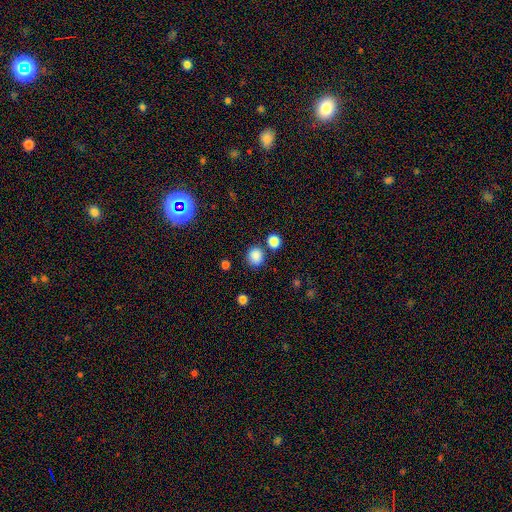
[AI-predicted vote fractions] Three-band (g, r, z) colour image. It shows a smooth galaxy with no disk features (85%) that is round (82%). Merging: none (79%).